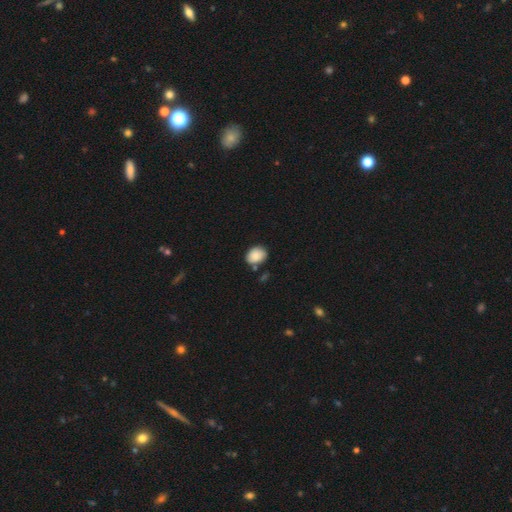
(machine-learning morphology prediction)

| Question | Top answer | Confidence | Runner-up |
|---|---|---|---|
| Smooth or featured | smooth | 87% | star or artifact (7%) |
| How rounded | in between | 65% | round (34%) |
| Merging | none | 69% | minor disturbance (19%) |